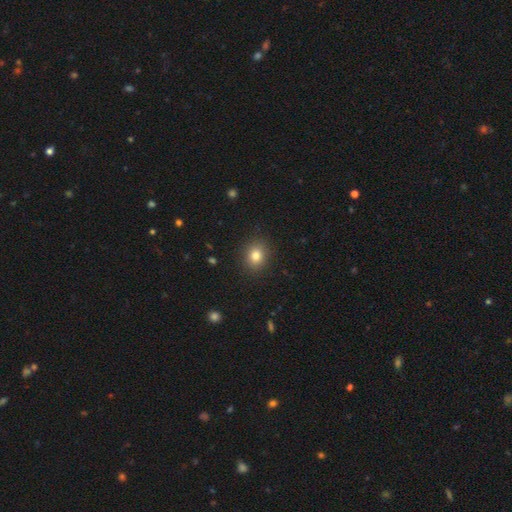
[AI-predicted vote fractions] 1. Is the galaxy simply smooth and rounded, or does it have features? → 81% smooth, 11% star or artifact, 8% featured or disk.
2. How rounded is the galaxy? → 66% round, 33% in between, 1% cigar-shaped.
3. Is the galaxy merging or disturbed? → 89% none, 7% minor disturbance, 2% major disturbance, 1% merger.